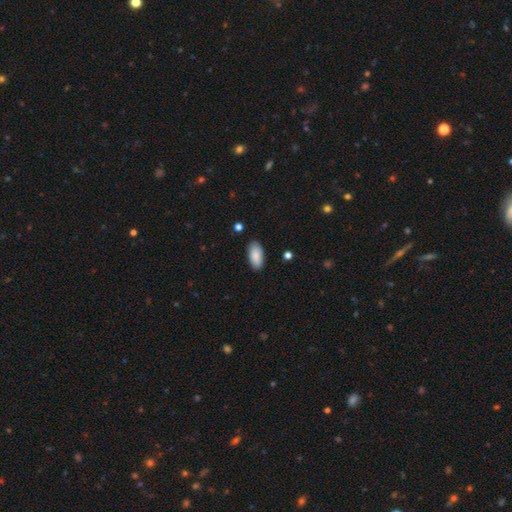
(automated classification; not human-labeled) This appears to be a smooth galaxy with no disk features (88%) that is in between round and cigar-shaped (92%). Merging: none (87%).